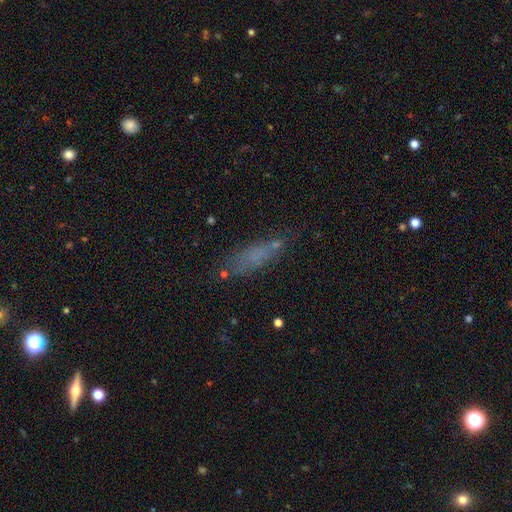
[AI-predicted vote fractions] Overall: smooth (61%; featured or disk 23%). How rounded: cigar-shaped (59%; in between 38%). Merging: none (62%).